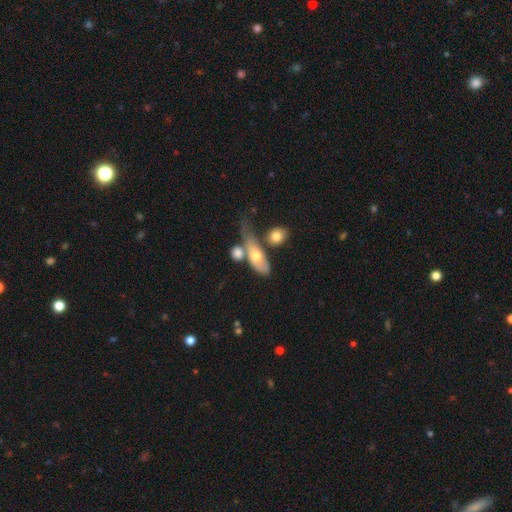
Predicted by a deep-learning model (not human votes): This is possibly a smooth galaxy (55%). How rounded: likely in between (71%). Merging: marginally merger (36%).